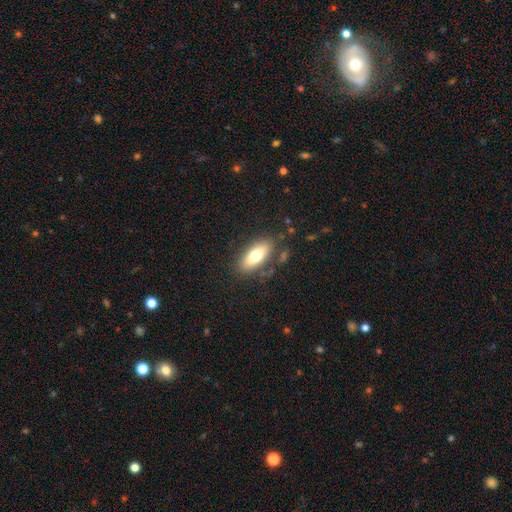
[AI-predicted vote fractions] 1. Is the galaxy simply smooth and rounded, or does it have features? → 72% smooth, 21% featured or disk, 7% star or artifact.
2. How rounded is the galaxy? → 78% in between, 19% cigar-shaped, 3% round.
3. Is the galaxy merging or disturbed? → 81% none, 12% minor disturbance, 4% major disturbance, 3% merger.